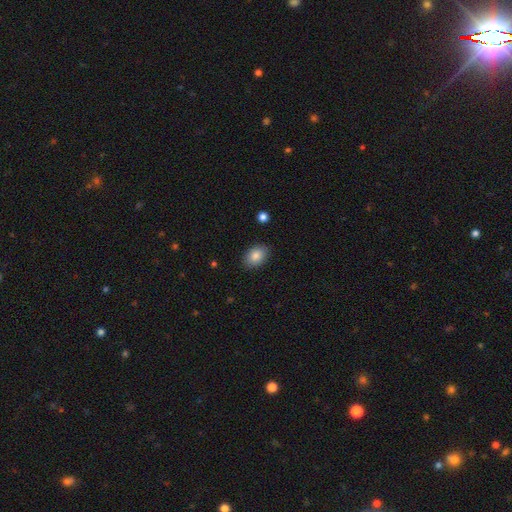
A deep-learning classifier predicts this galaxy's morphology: smooth_or_featured: smooth (p=0.85) [alt: star or artifact p=0.08]
how_rounded: in between (p=0.81) [alt: round p=0.18]
merging: none (p=0.87) [alt: minor disturbance p=0.10]